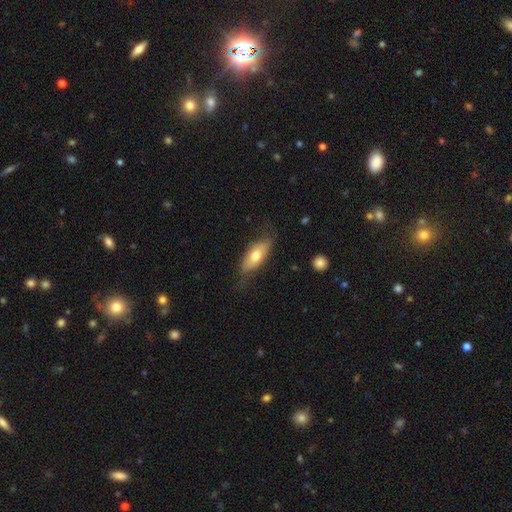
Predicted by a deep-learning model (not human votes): smooth 65%, featured or disk 29%, star or artifact 6%. Down the decision tree: how rounded — in between (77%); merging — none (65%).